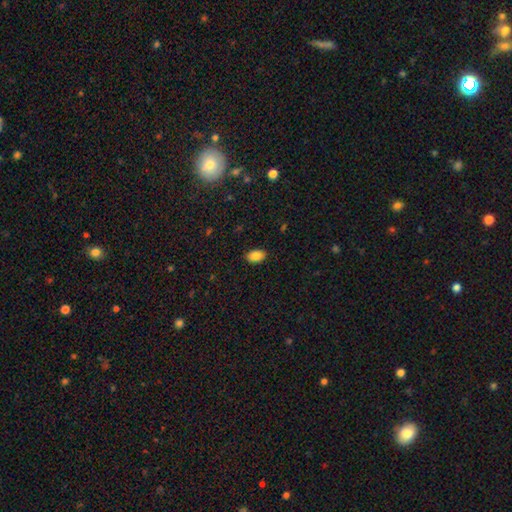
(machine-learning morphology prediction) smooth-or-featured: smooth: 87% | star or artifact: 8% | featured or disk: 5%
  how-rounded: in between: 89% | round: 9% | cigar-shaped: 1%
  merging: none: 88% | minor disturbance: 9% | major disturbance: 2% | merger: 1%